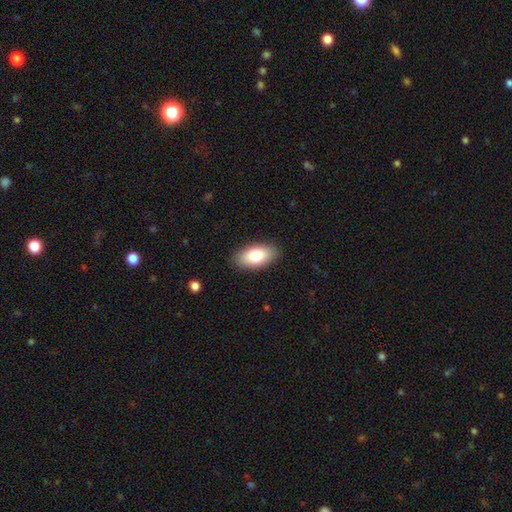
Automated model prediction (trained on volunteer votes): smooth_or_featured: smooth (p=0.80) [alt: featured or disk p=0.14]
how_rounded: in between (p=0.92) [alt: cigar-shaped p=0.05]
merging: none (p=0.88) [alt: minor disturbance p=0.09]